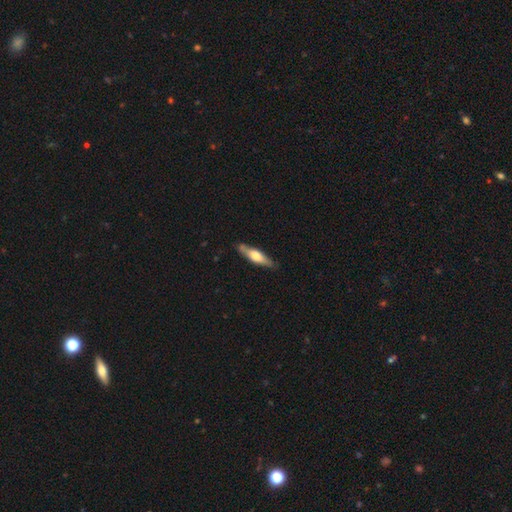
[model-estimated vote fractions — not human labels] smooth-or-featured: featured or disk: 55% | smooth: 40% | star or artifact: 5%
  disk-edge-on: yes: 93% | no: 7%
    edge-on-bulge: rounded: 87% | boxy: 9% | none: 3%
  merging: none: 84% | minor disturbance: 12% | major disturbance: 2% | merger: 2%